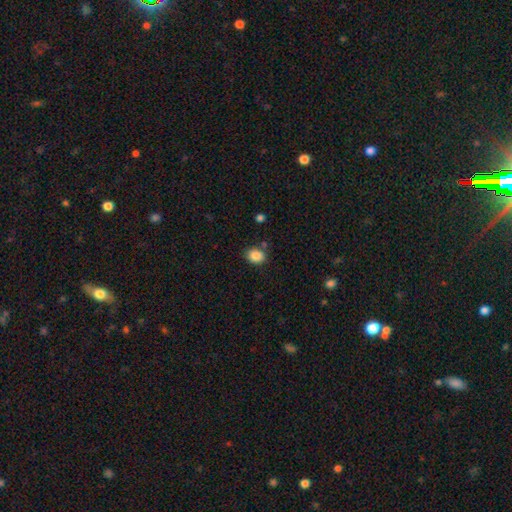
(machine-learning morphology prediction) Smooth or featured? smooth (87%)
How rounded? in between (54%)
Merging? none (80%)